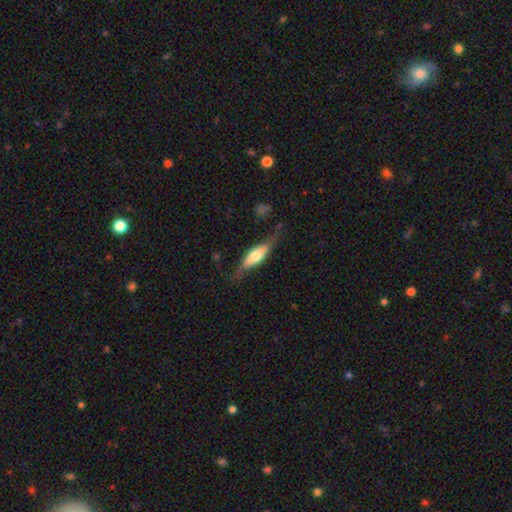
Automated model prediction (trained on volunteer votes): smooth_or_featured: featured or disk (p=0.47) [tied with: smooth p=0.47]
merging: none (p=0.59) [alt: minor disturbance p=0.26]